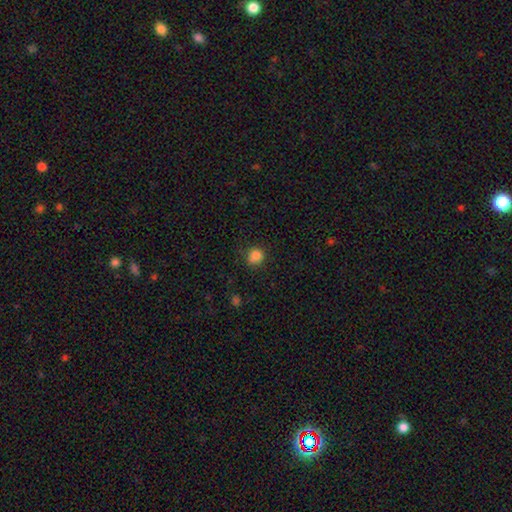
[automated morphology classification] smooth-or-featured: smooth: 85% | star or artifact: 12% | featured or disk: 4%
  how-rounded: round: 80% | in between: 19% | cigar-shaped: 1%
  merging: none: 82% | minor disturbance: 14% | major disturbance: 3% | merger: 1%